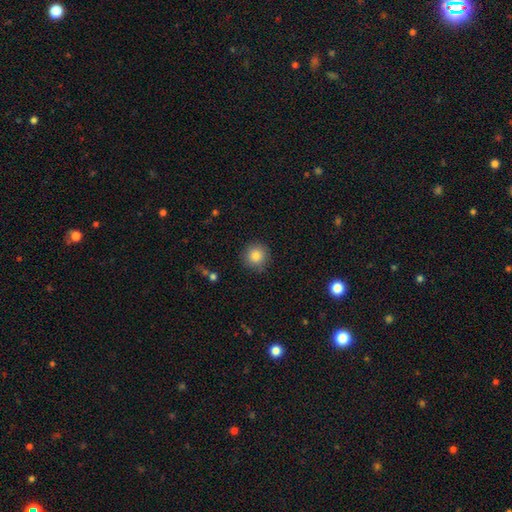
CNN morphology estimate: Smooth or featured? Predicted: smooth (p=0.85). How rounded? Predicted: round (p=0.94). Merging? Predicted: none (p=0.88).